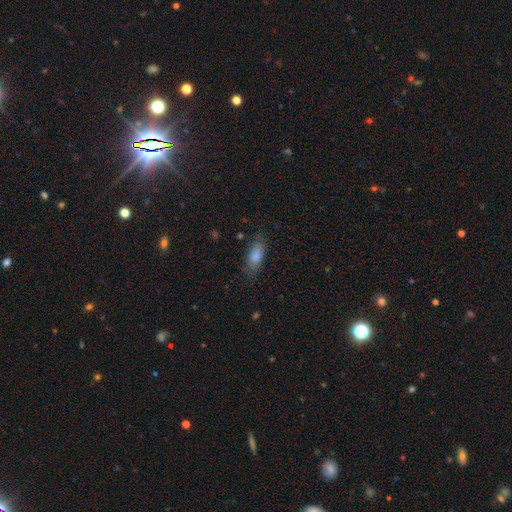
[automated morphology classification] smooth-or-featured: smooth: 83% | featured or disk: 10% | star or artifact: 7%
  how-rounded: in between: 80% | cigar-shaped: 17% | round: 3%
  merging: none: 75% | minor disturbance: 18% | major disturbance: 6% | merger: 2%